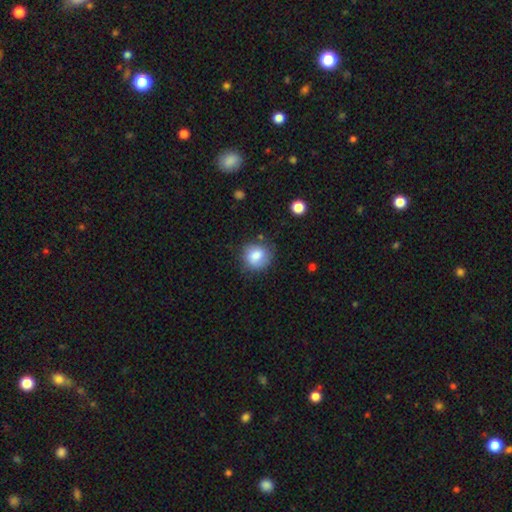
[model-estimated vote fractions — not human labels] This is likely a smooth galaxy (79%). How rounded: clearly round (82%). Merging: likely none (75%).